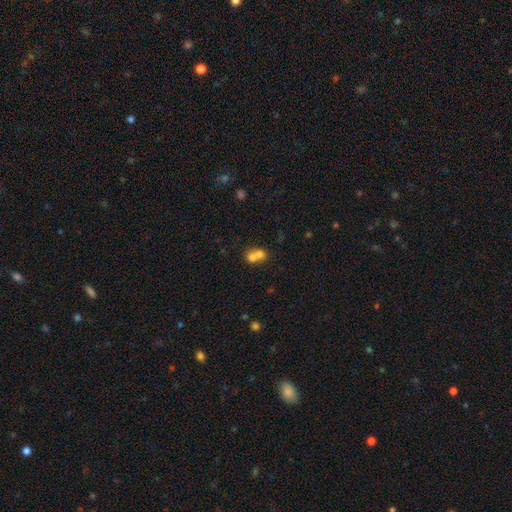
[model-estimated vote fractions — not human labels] This appears to be a smooth galaxy with no disk features (70%) that is round (71%). Merging: merger (71%).